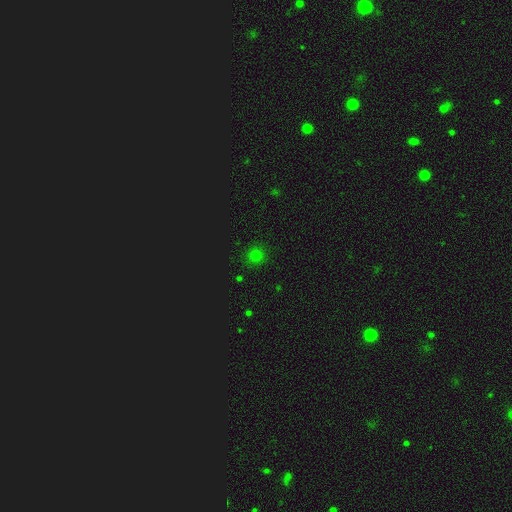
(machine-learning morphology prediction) smooth-or-featured: smooth: 70% | star or artifact: 25% | featured or disk: 5%
  how-rounded: round: 93% | in between: 6% | cigar-shaped: 1%
  merging: none: 90% | minor disturbance: 7% | major disturbance: 2% | merger: 1%